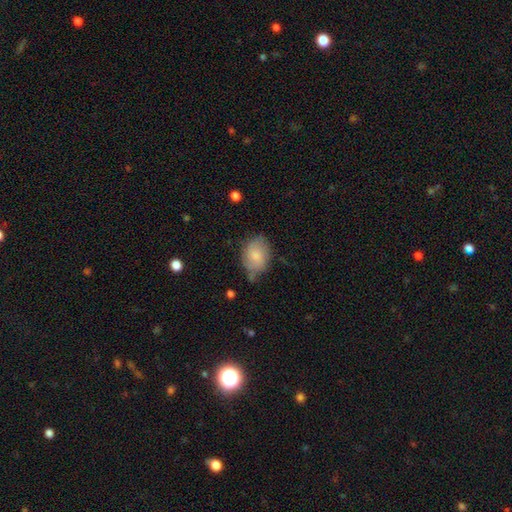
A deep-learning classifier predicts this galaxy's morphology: A smooth galaxy with no disk features (70%) that is in between round and cigar-shaped (74%).

Vote fractions:
- Smooth or featured? smooth: 70% / featured or disk: 23% / star or artifact: 7%
- How rounded? in between: 74% / round: 24% / cigar-shaped: 1%
- Merging? none: 56% / minor disturbance: 33% / major disturbance: 8% / merger: 4%